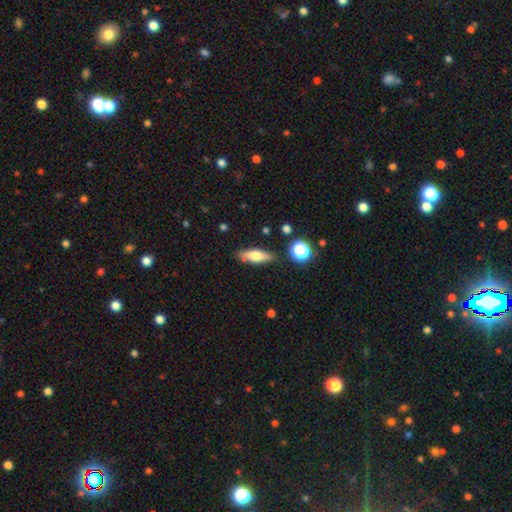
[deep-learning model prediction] smooth_or_featured: smooth (p=0.63) [alt: featured or disk p=0.29]
how_rounded: in between (p=0.53) [alt: cigar-shaped p=0.43]
merging: none (p=0.83) [alt: minor disturbance p=0.11]